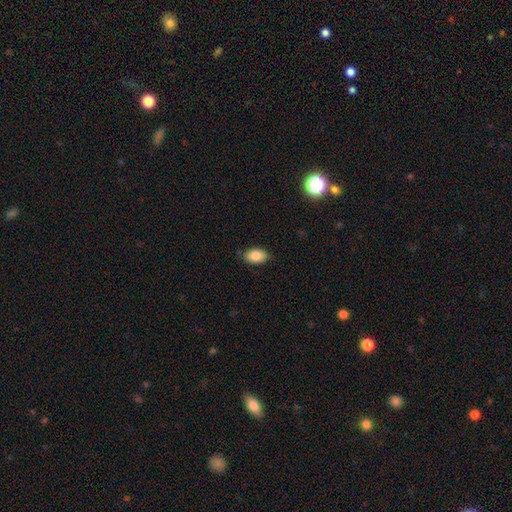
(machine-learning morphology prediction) Q: Smooth or featured?
A: smooth (85%); runner-up: star or artifact (8%)
Q: How rounded?
A: in between (90%); runner-up: round (8%)
Q: Merging?
A: none (83%); runner-up: minor disturbance (13%)